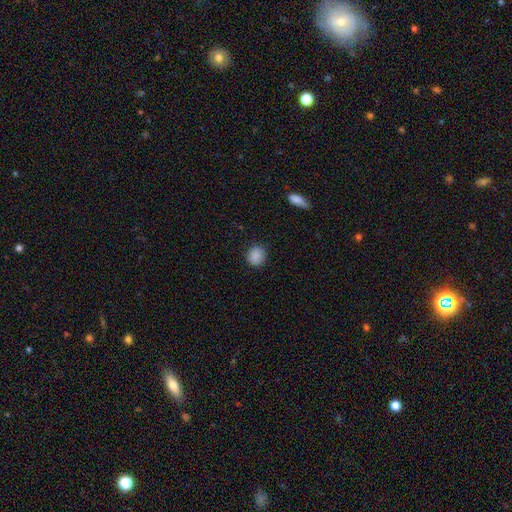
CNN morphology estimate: This appears to be a smooth galaxy with no disk features (88%) that is round (80%). Merging: none (86%).